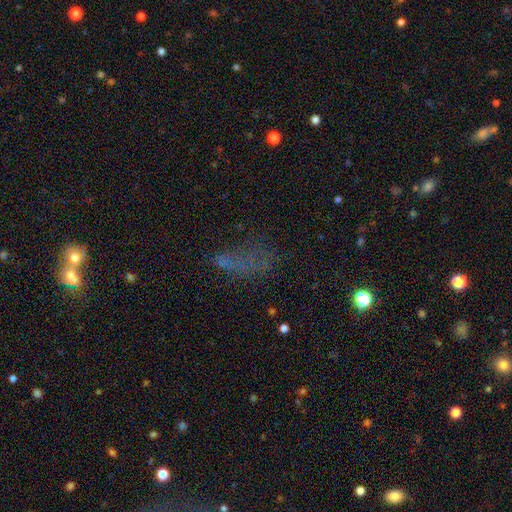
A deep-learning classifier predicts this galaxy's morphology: Overall: smooth (42%; star or artifact 33%). Merging: none (44%; major disturbance 30%).